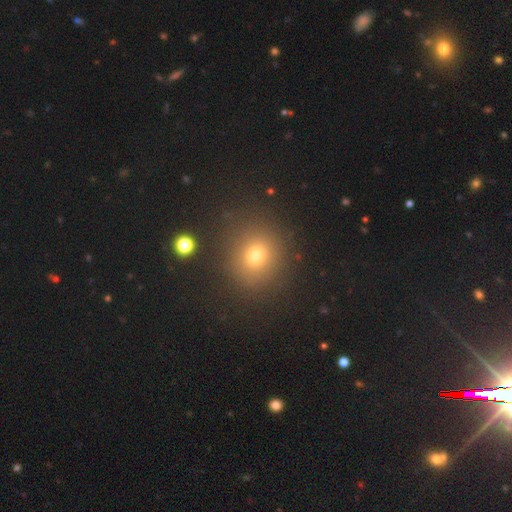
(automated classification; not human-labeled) Smooth or featured? smooth (70%)
How rounded? round (84%)
Merging? none (87%)